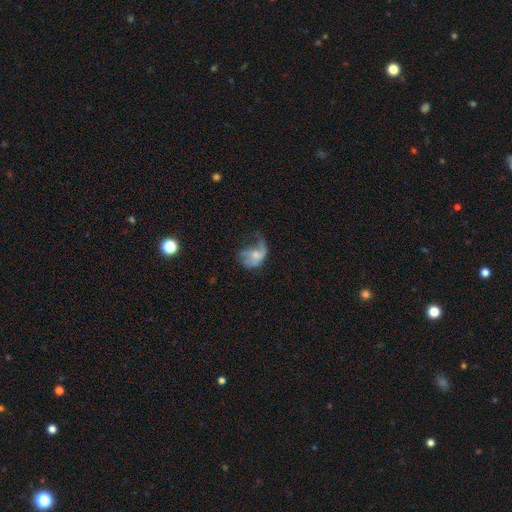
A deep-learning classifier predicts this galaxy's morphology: Q: Smooth or featured?
A: featured or disk (52%); runner-up: smooth (39%)
Q: Edge-on disk?
A: no (97%); runner-up: yes (3%)
Q: Bar?
A: no (76%); runner-up: weak (20%)
Q: Spiral arms?
A: yes (54%); runner-up: no (46%)
Q: Bulge size?
A: small (36%); runner-up: moderate (34%)
Q: Merging?
A: major disturbance (52%); runner-up: minor disturbance (23%)